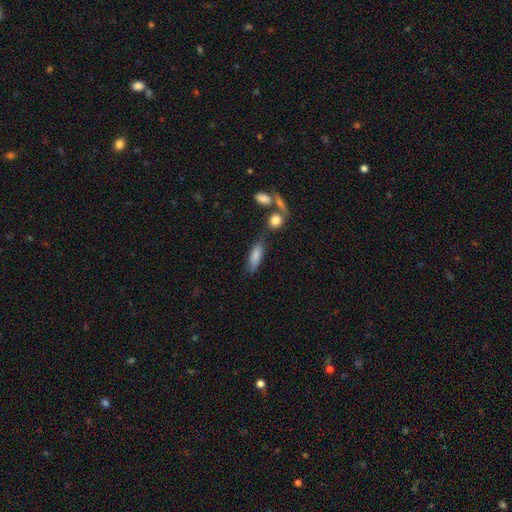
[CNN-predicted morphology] smooth_or_featured: smooth (p=0.81) [alt: featured or disk p=0.12]
how_rounded: in between (p=0.63) [alt: cigar-shaped p=0.33]
merging: none (p=0.62) [alt: minor disturbance p=0.19]